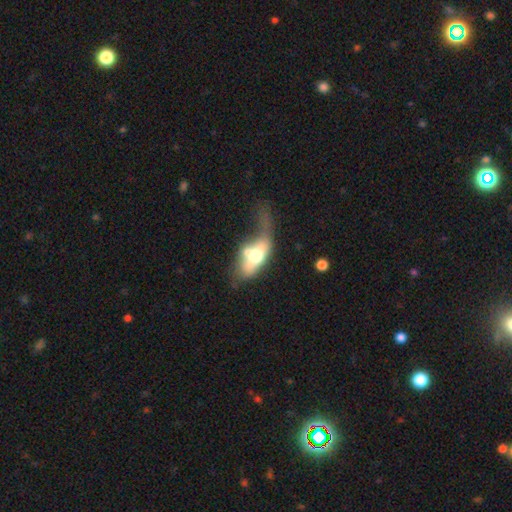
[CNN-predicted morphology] This is possibly a smooth galaxy (56%). How rounded: clearly in between (82%). Merging: marginally merger (35%).